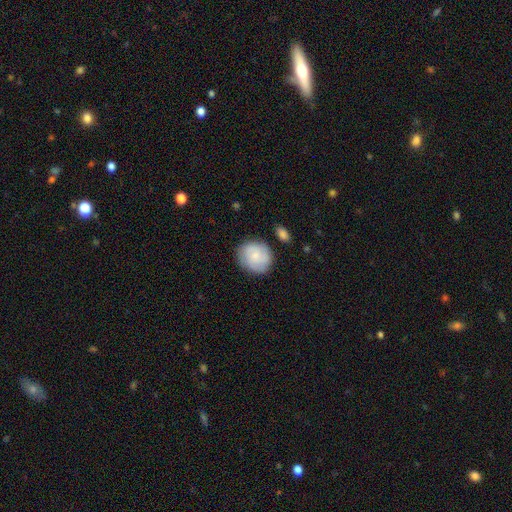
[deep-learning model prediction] This is likely a smooth galaxy (72%). How rounded: likely round (75%). Merging: likely none (76%).